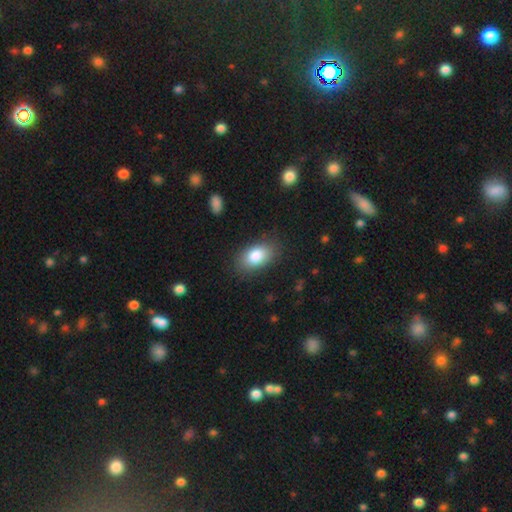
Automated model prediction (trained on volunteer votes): smooth-or-featured: smooth: 84% | featured or disk: 8% | star or artifact: 7%
  how-rounded: in between: 89% | round: 9% | cigar-shaped: 2%
  merging: none: 82% | minor disturbance: 13% | major disturbance: 4% | merger: 1%